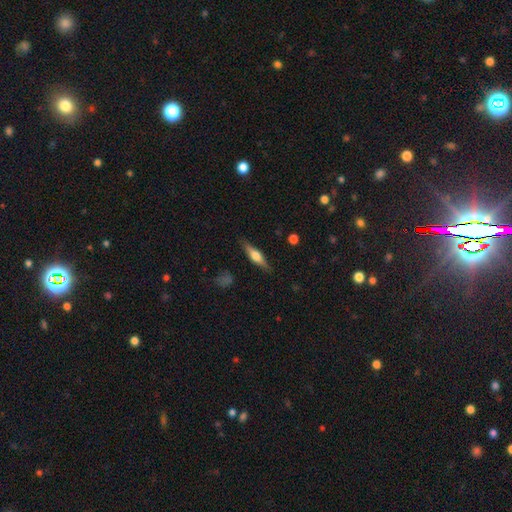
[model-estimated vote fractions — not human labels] A featured or disk galaxy (54%) viewed edge-on (95%) with a rounded central bulge (85%). Merging: none (86%).